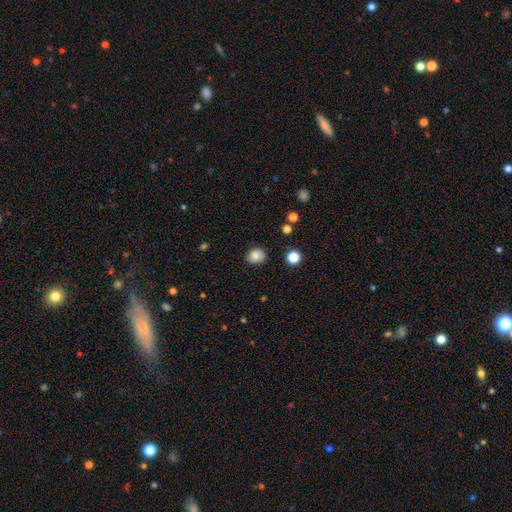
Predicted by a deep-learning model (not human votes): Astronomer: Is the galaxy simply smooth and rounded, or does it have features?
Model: smooth — 81%.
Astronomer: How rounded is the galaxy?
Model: round — 73%.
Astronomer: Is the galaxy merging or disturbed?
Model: none — 84%.